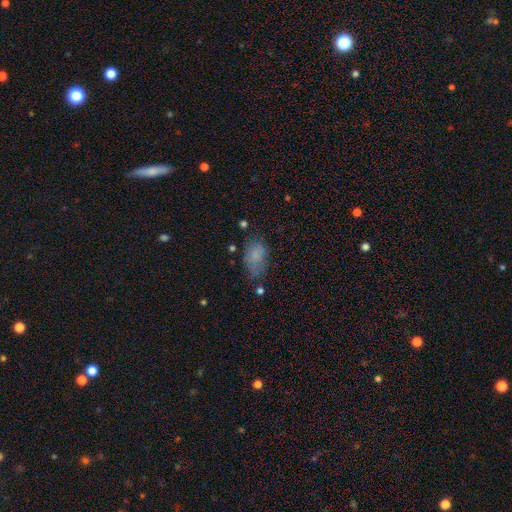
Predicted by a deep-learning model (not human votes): Q: Smooth or featured?
A: smooth (75%); runner-up: featured or disk (15%)
Q: How rounded?
A: in between (90%); runner-up: round (7%)
Q: Merging?
A: none (57%); runner-up: minor disturbance (28%)